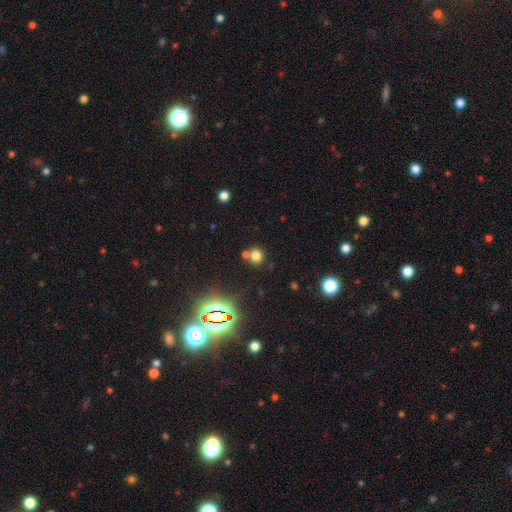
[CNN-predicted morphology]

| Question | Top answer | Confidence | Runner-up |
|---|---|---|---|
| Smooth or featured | smooth | 70% | star or artifact (21%) |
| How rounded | round | 87% | in between (12%) |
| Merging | none | 64% | merger (25%) |